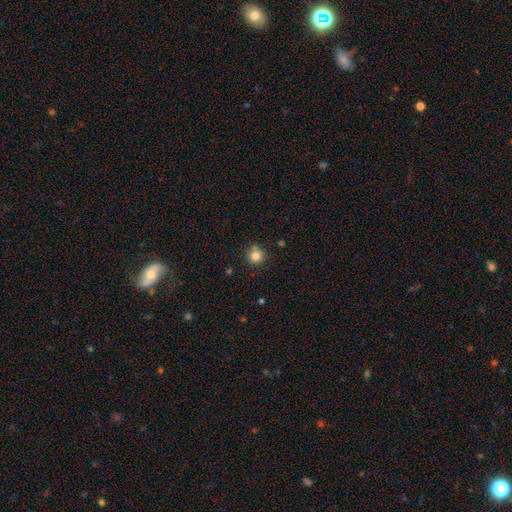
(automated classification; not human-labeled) This is clearly a smooth galaxy (82%). How rounded: clearly round (93%). Merging: likely none (80%).